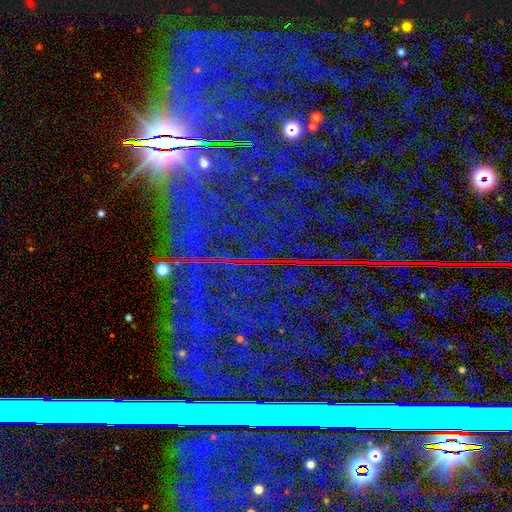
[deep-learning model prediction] Morphology: type=star or artifact (86%).